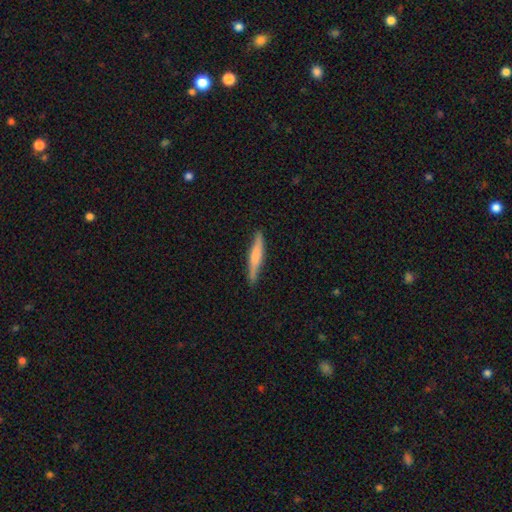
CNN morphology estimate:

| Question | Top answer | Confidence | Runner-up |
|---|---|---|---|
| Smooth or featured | smooth | 56% | featured or disk (39%) |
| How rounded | cigar-shaped | 93% | in between (6%) |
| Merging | none | 88% | minor disturbance (9%) |